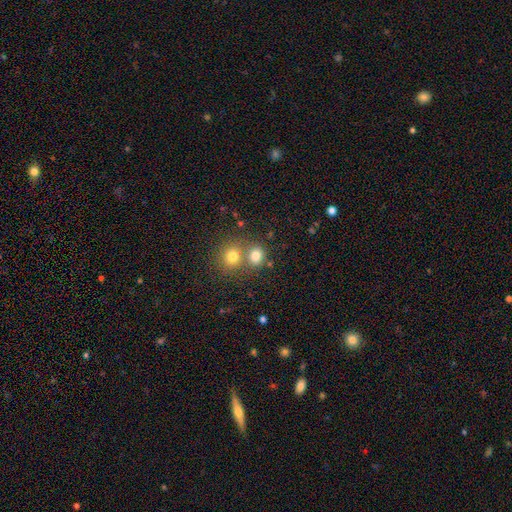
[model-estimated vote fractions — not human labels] smooth 78%, star or artifact 14%, featured or disk 9%. Down the decision tree: how rounded — round (70%); merging — none (51%).